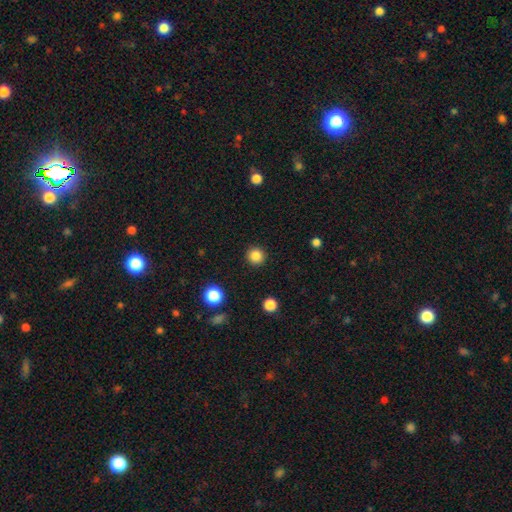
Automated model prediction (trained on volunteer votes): A smooth galaxy with no disk features (85%) that is round (95%).

Vote fractions:
- Smooth or featured? smooth: 85% / star or artifact: 11% / featured or disk: 4%
- How rounded? round: 95% / in between: 4% / cigar-shaped: 1%
- Merging? none: 92% / minor disturbance: 5% / major disturbance: 2% / merger: 1%